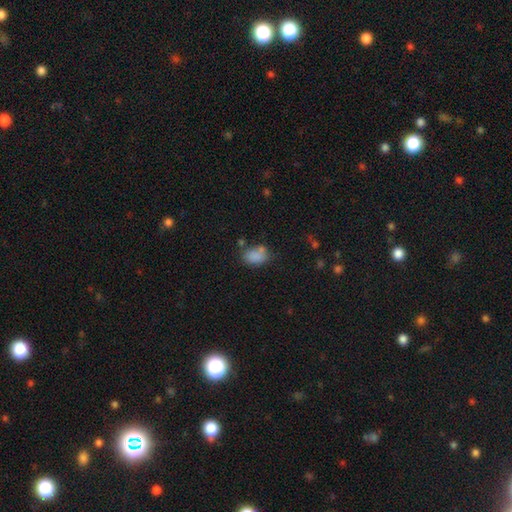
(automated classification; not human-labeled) Smooth or featured? smooth (82%)
How rounded? in between (80%)
Merging? none (56%)